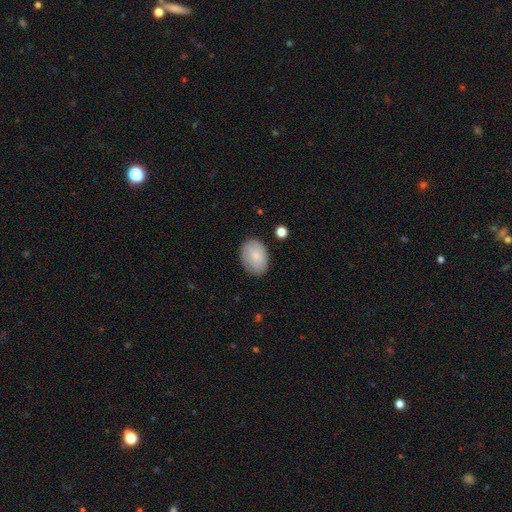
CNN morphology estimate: The model was most divided on "how rounded": in between: 78%, round: 21%, cigar-shaped: 1%. More confident: merging — none (80%); smooth or featured — smooth (79%).